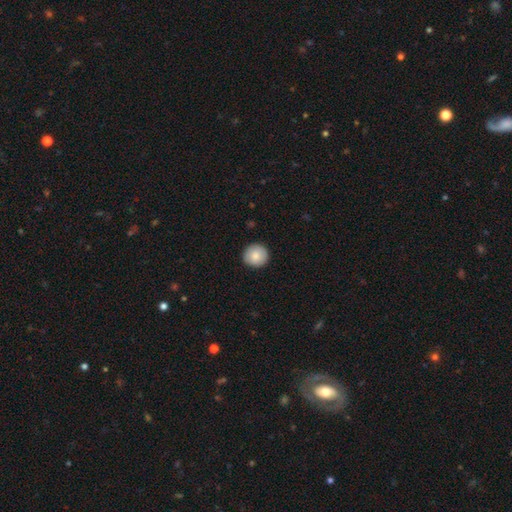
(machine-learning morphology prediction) A smooth galaxy with no disk features (85%) that is round (92%). Merging: none (91%).